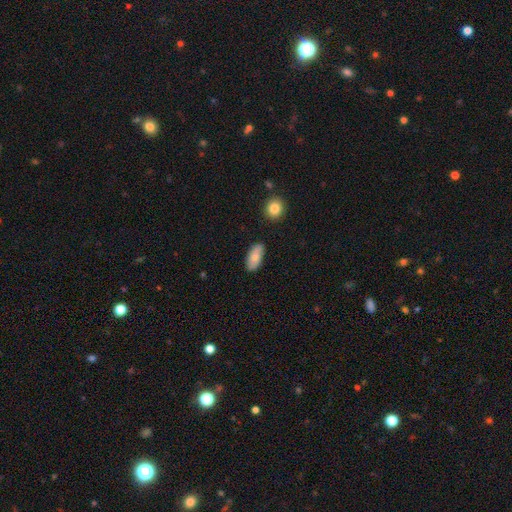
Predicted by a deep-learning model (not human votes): Smooth or featured: smooth — 85% (featured or disk — 8%)
How rounded: in between — 89% (cigar-shaped — 9%)
Merging: none — 84% (minor disturbance — 12%)